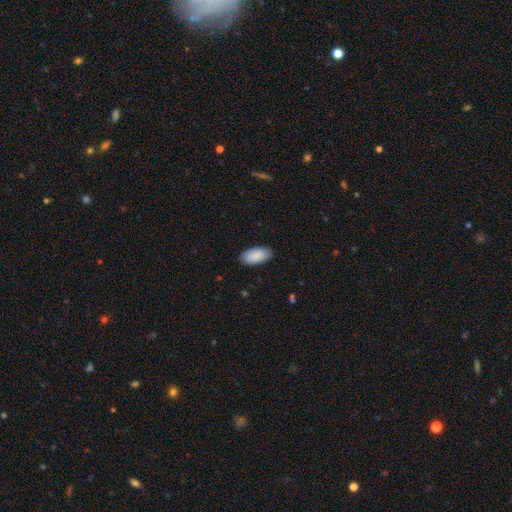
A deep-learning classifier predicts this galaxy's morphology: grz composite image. It shows a smooth galaxy with no disk features (89%) that is in between round and cigar-shaped (94%). Merging: none (87%).